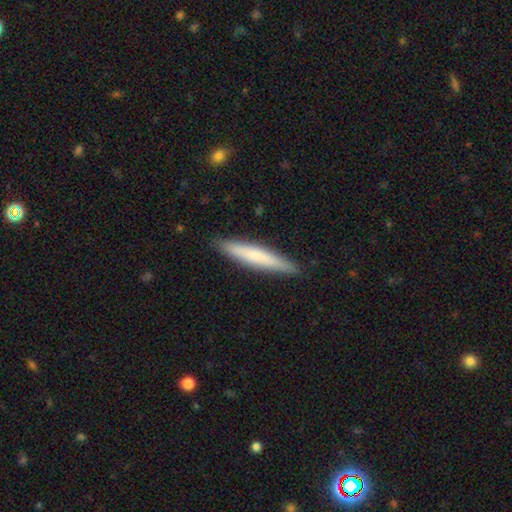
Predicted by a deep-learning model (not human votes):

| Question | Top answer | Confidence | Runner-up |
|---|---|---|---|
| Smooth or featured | smooth | 68% | featured or disk (27%) |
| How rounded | cigar-shaped | 93% | in between (6%) |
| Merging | none | 90% | minor disturbance (8%) |